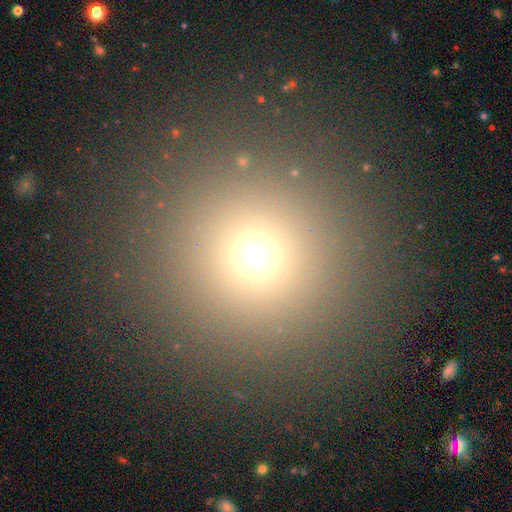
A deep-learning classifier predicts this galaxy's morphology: A smooth galaxy with no disk features (67%) that is round (95%). Merging: none (89%).